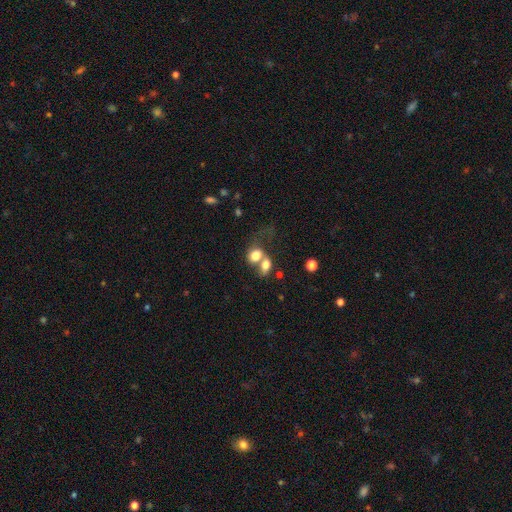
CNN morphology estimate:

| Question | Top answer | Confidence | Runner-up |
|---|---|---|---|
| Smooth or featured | smooth | 75% | featured or disk (15%) |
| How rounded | in between | 57% | round (41%) |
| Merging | merger | 62% | none (20%) |